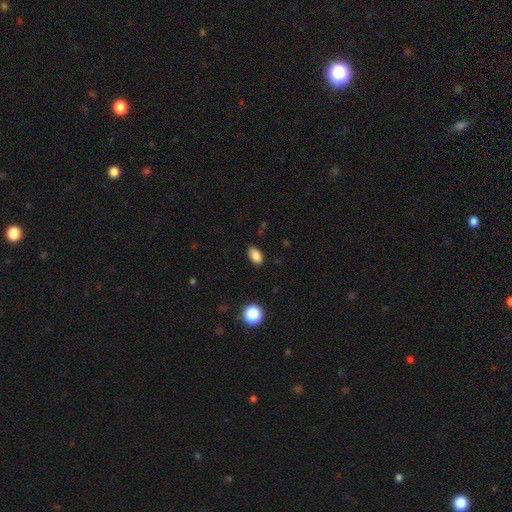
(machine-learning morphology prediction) The model was most divided on "merging": none: 86%, minor disturbance: 11%, major disturbance: 2%, merger: 1%. More confident: how rounded — in between (89%); smooth or featured — smooth (85%).